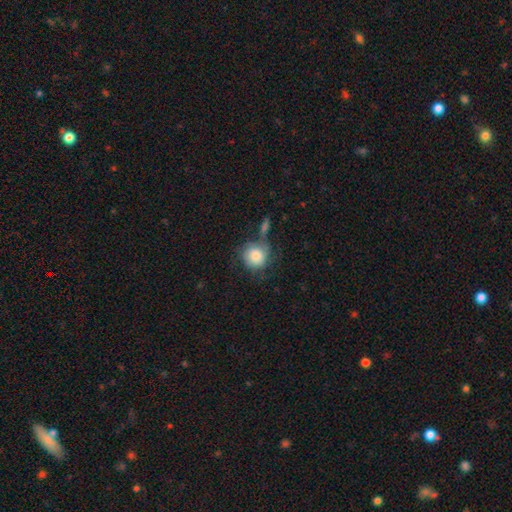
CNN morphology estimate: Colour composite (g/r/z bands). It shows a smooth galaxy with no disk features (78%) that is round (87%). Merging: none (46%).